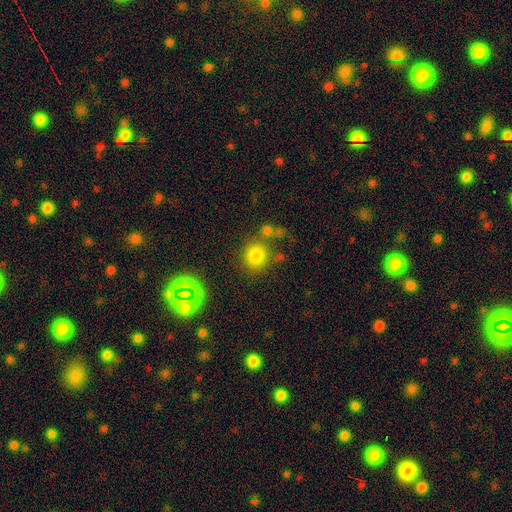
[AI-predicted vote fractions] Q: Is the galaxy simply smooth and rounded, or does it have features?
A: smooth — 77%.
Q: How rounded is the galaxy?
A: round — 81%.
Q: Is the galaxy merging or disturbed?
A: none — 67%.